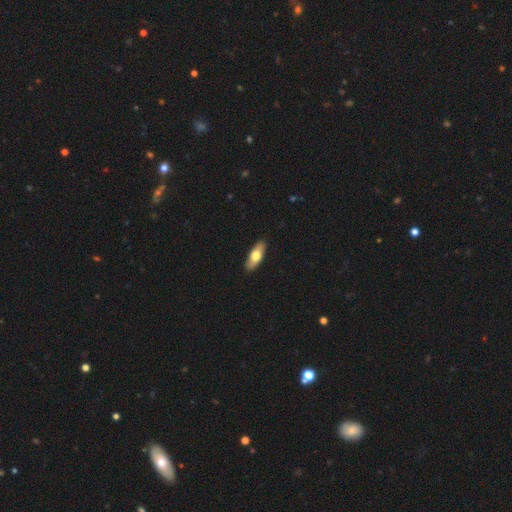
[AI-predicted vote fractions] This appears to be a smooth galaxy with no disk features (68%) that is in between round and cigar-shaped (69%). Merging: none (90%).